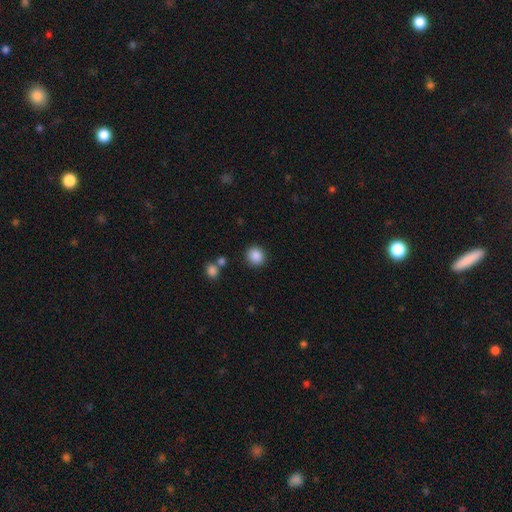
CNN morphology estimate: Overall: smooth (88%). How rounded: round (85%). Merging: none (87%).